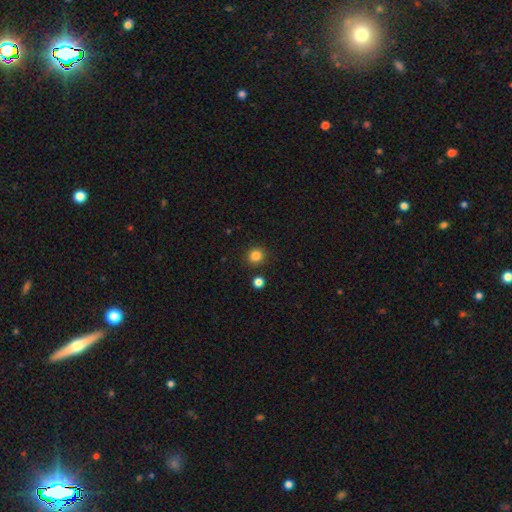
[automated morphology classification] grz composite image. It shows a smooth galaxy with no disk features (84%) that is round (91%). Merging: none (88%).